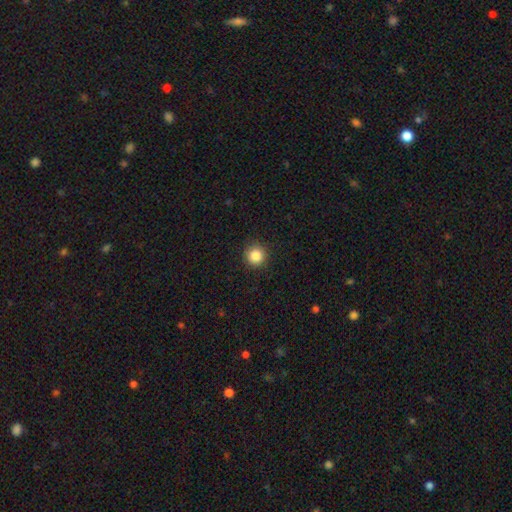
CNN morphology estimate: smooth 86%, star or artifact 10%, featured or disk 4%. Down the decision tree: how rounded — round (95%); merging — none (92%).